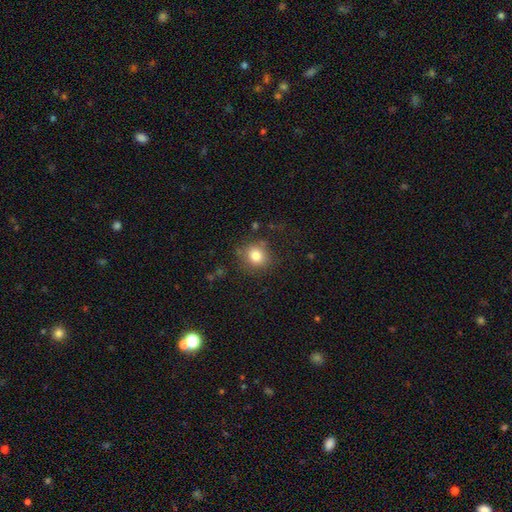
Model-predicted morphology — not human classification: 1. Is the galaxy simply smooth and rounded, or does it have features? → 82% smooth, 11% star or artifact, 7% featured or disk.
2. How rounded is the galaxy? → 81% round, 18% in between, 1% cigar-shaped.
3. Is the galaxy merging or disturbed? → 79% none, 13% minor disturbance, 5% major disturbance, 3% merger.